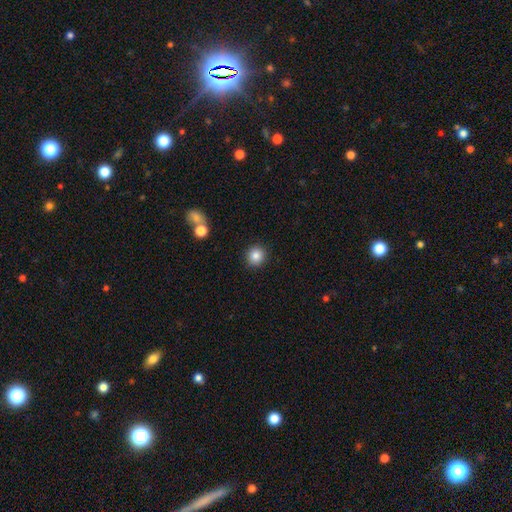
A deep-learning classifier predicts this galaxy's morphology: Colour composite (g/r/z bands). It shows a smooth galaxy with no disk features (84%) that is round (91%). Merging: none (90%).